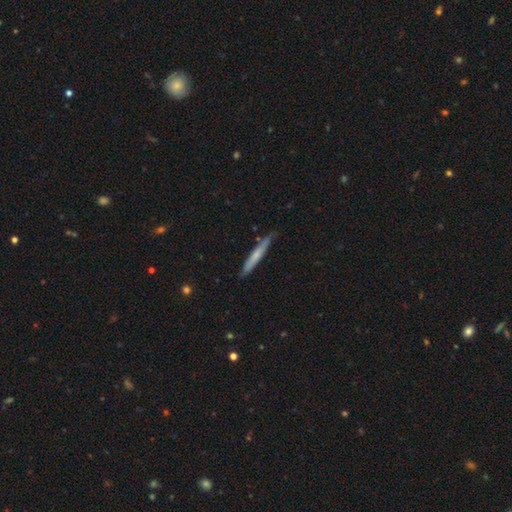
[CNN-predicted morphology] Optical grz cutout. It shows a smooth galaxy with no disk features (56%) that is cigar-shaped (96%). Merging: none (83%).